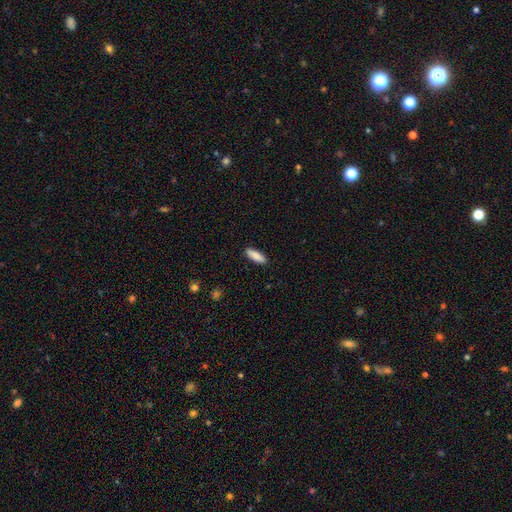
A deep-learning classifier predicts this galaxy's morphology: smooth 88%, featured or disk 6%, star or artifact 6%. Down the decision tree: how rounded — in between (58%); merging — none (90%).